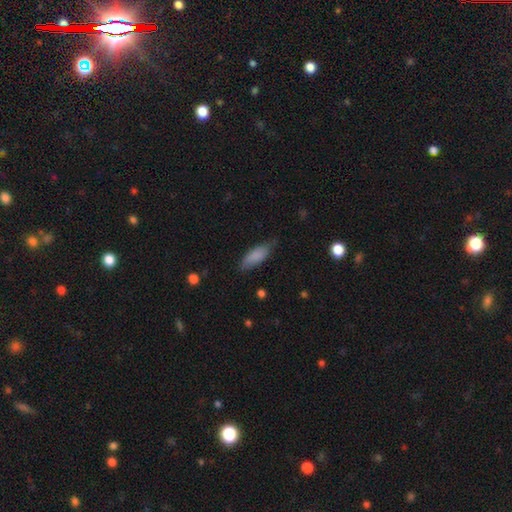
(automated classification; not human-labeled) This appears to be a smooth galaxy with no disk features (85%) that is in between round and cigar-shaped (68%). Merging: none (71%).